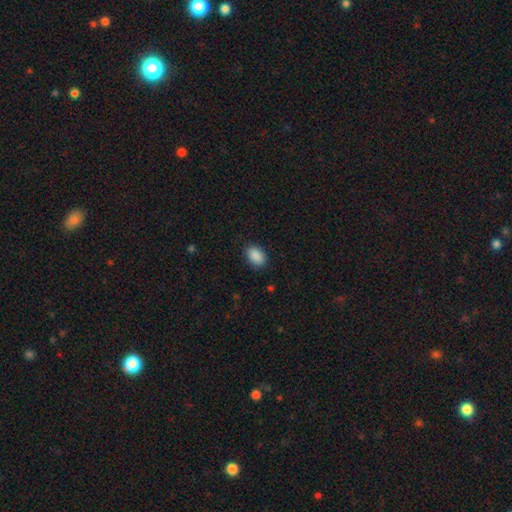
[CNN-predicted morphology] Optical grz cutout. It shows a smooth galaxy with no disk features (90%) that is in between round and cigar-shaped (86%). Merging: none (87%).